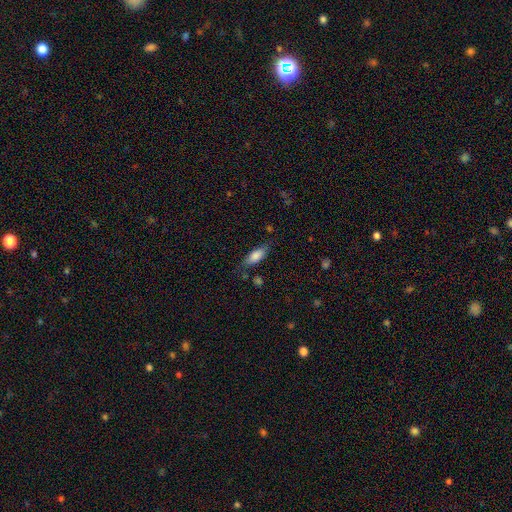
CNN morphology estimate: smooth-or-featured: smooth: 79% | featured or disk: 14% | star or artifact: 7%
  how-rounded: in between: 74% | cigar-shaped: 24% | round: 2%
  merging: none: 73% | minor disturbance: 20% | major disturbance: 5% | merger: 3%